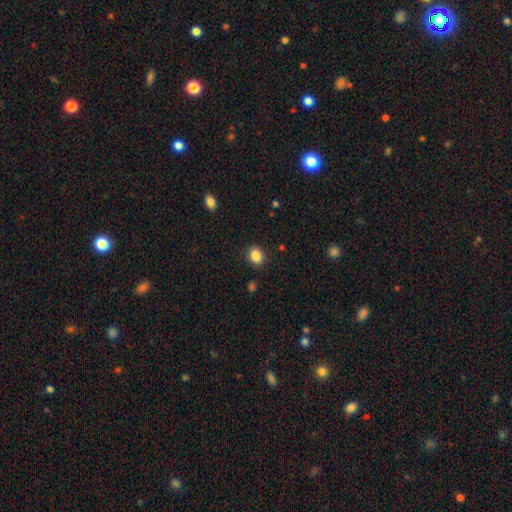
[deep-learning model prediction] This appears to be a smooth galaxy with no disk features (86%) that is round (56%). Merging: none (89%).